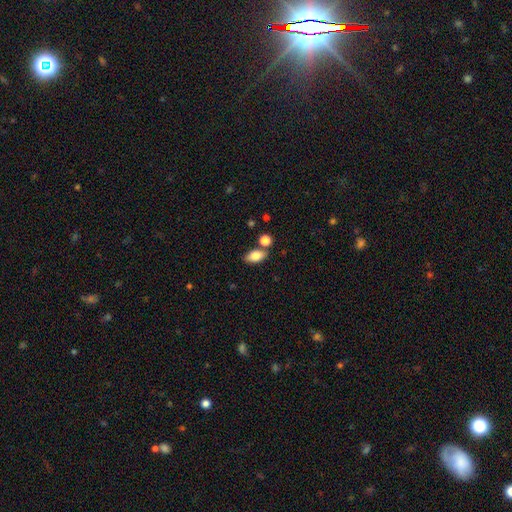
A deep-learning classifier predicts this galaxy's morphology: smooth-or-featured: smooth: 79% | featured or disk: 13% | star or artifact: 8%
  how-rounded: in between: 88% | round: 7% | cigar-shaped: 5%
  merging: none: 74% | merger: 12% | minor disturbance: 11% | major disturbance: 3%